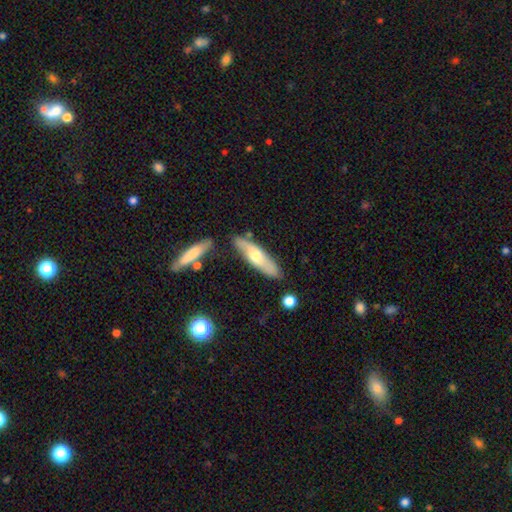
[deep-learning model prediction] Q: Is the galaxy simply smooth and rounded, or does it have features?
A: smooth — 51%.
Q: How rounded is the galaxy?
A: cigar-shaped — 69%.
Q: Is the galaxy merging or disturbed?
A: none — 77%.